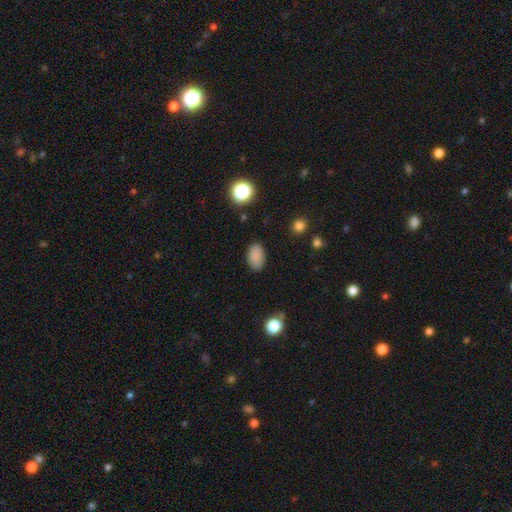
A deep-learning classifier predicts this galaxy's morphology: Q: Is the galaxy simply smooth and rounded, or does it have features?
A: smooth — 85%.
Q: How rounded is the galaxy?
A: in between — 90%.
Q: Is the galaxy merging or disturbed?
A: none — 84%.